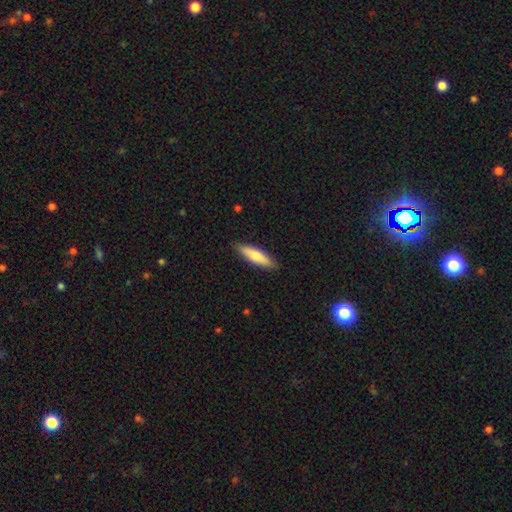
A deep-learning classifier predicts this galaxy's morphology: Smooth or featured?
  - smooth: 71% *
  - featured or disk: 23%
  - star or artifact: 5%
How rounded?
  - cigar-shaped: 64% *
  - in between: 34%
  - round: 2%
Merging?
  - none: 88% *
  - minor disturbance: 9%
  - major disturbance: 2%
  - merger: 1%